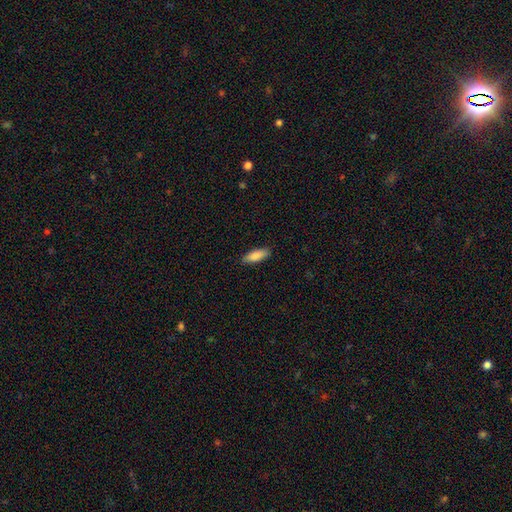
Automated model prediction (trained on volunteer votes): This appears to be a smooth galaxy with no disk features (87%) that is in between round and cigar-shaped (66%). Merging: none (88%).